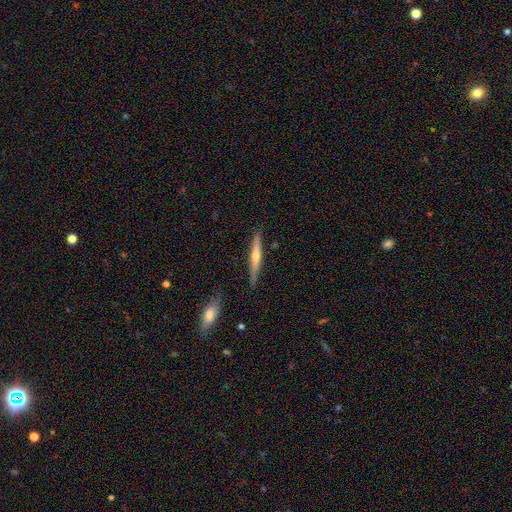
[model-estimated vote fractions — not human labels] Smooth or featured? featured or disk (63%)
Edge-on disk? yes (97%)
Edge-on bulge? rounded (82%)
Merging? none (86%)